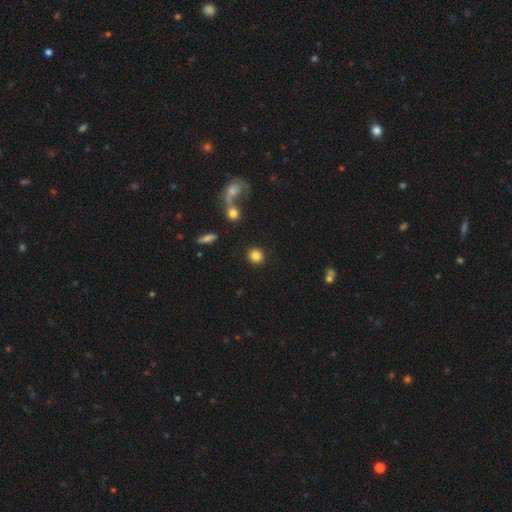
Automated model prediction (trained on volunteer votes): A smooth galaxy with no disk features (84%) that is round (86%). Merging: none (88%).